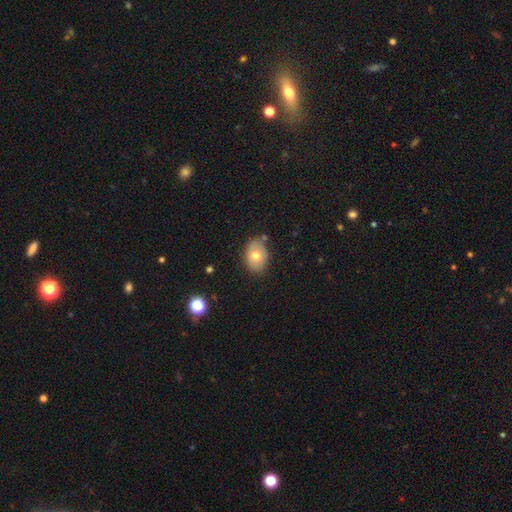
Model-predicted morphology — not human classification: Smooth or featured? Predicted: smooth (p=0.68). How rounded? Predicted: in between (p=0.73). Merging? Predicted: none (p=0.80).